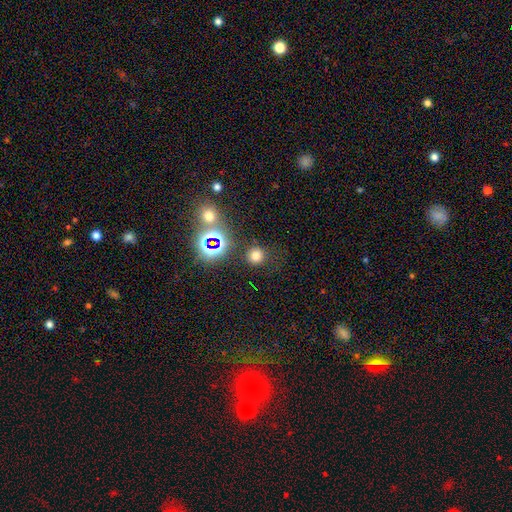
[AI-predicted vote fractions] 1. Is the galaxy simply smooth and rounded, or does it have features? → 70% smooth, 23% star or artifact, 7% featured or disk.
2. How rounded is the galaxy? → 92% round, 7% in between, 1% cigar-shaped.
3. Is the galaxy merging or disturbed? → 85% none, 7% minor disturbance, 4% major disturbance, 3% merger.